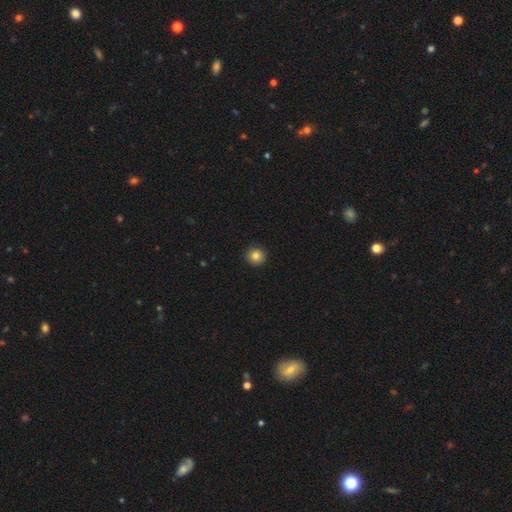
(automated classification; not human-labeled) smooth 84%, star or artifact 10%, featured or disk 6%. Down the decision tree: how rounded — round (93%); merging — none (93%).